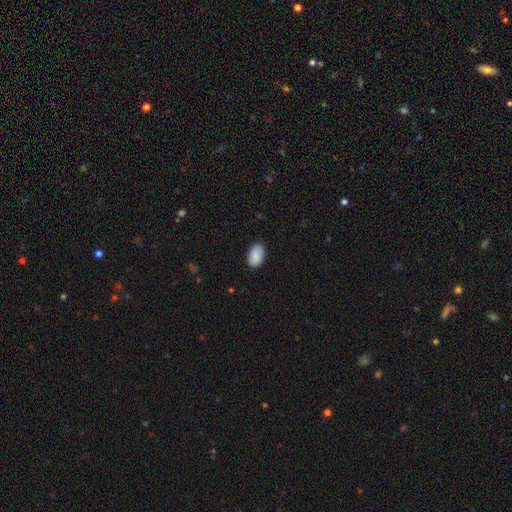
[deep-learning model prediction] Smooth or featured: smooth — 84% (featured or disk — 10%)
How rounded: in between — 92% (round — 7%)
Merging: none — 85% (minor disturbance — 11%)